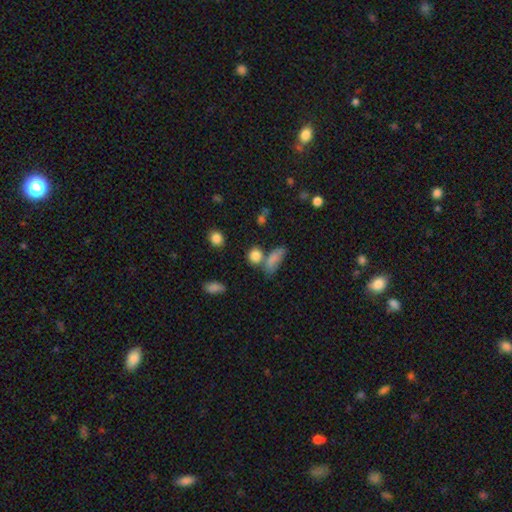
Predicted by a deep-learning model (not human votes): smooth_or_featured: smooth (p=0.82) [alt: star or artifact p=0.11]
how_rounded: round (p=0.57) [alt: in between p=0.37]
merging: none (p=0.57) [alt: merger p=0.25]